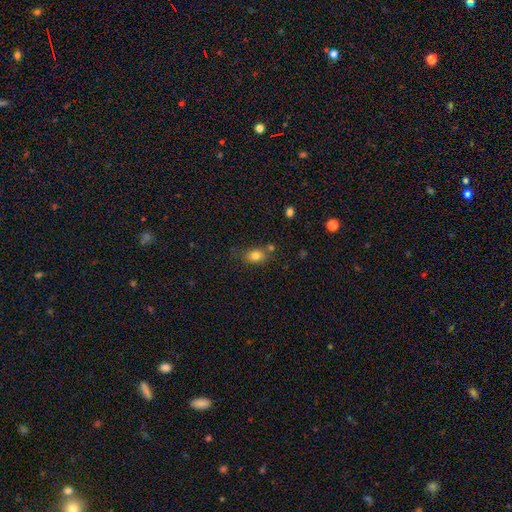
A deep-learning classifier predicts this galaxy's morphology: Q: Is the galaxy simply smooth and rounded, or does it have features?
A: smooth — 80%.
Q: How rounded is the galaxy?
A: in between — 72%.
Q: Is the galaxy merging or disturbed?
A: none — 67%.